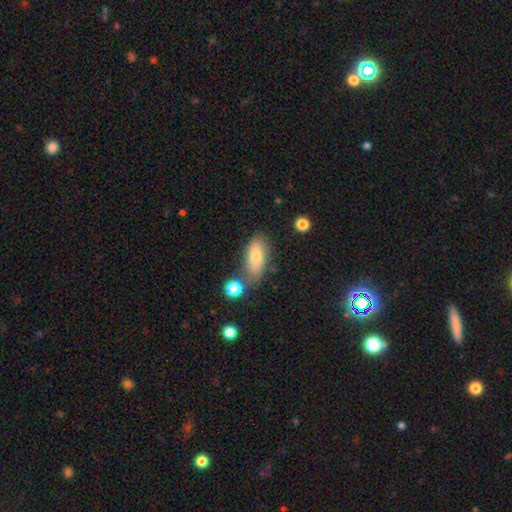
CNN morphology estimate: Smooth or featured? Predicted: smooth (p=0.72). How rounded? Predicted: in between (p=0.81). Merging? Predicted: none (p=0.64).